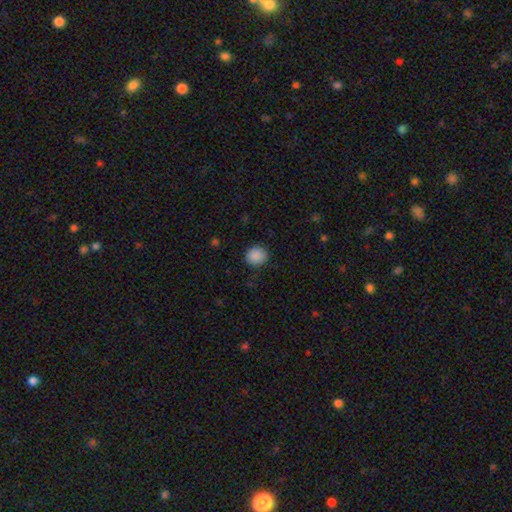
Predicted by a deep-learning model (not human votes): A smooth galaxy with no disk features (89%) that is round (84%).

Vote fractions:
- Smooth or featured? smooth: 89% / star or artifact: 8% / featured or disk: 3%
- How rounded? round: 84% / in between: 15% / cigar-shaped: 1%
- Merging? none: 87% / minor disturbance: 10% / major disturbance: 3% / merger: 1%